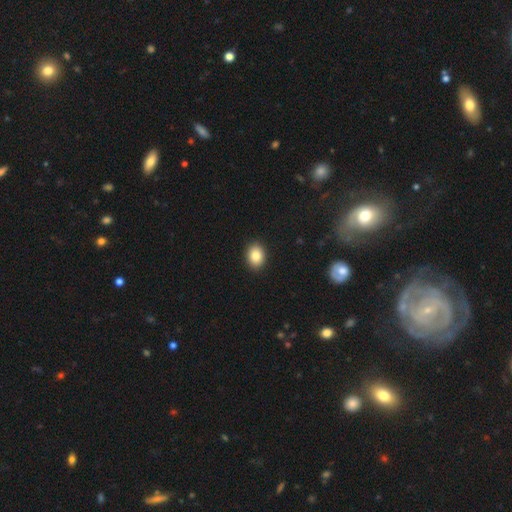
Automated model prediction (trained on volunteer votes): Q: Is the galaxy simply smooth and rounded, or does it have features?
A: smooth — 85%.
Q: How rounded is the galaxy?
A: in between — 63%.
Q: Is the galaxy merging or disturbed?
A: none — 91%.